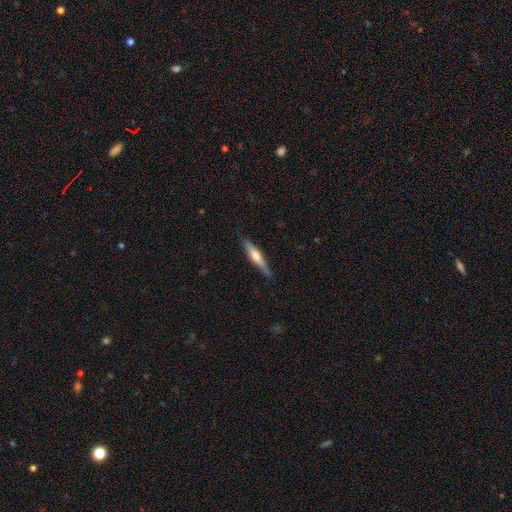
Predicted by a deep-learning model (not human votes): This is possibly a featured or disk galaxy (49%). Merging: clearly none (81%).